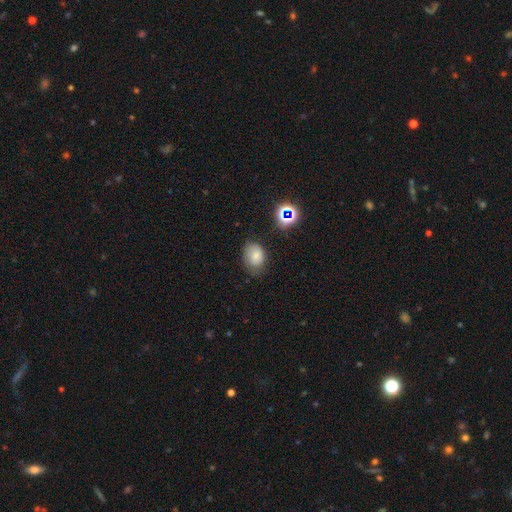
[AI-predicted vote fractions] Q: Smooth or featured?
A: smooth (75%); runner-up: star or artifact (14%)
Q: How rounded?
A: in between (66%); runner-up: round (33%)
Q: Merging?
A: none (62%); runner-up: minor disturbance (28%)